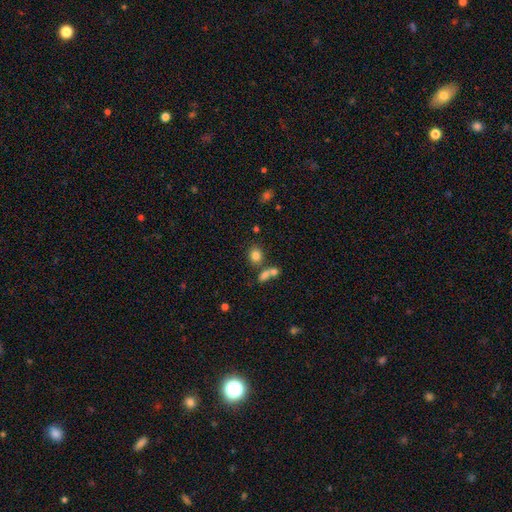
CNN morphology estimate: Smooth or featured? smooth (80%)
How rounded? round (64%)
Merging? none (65%)